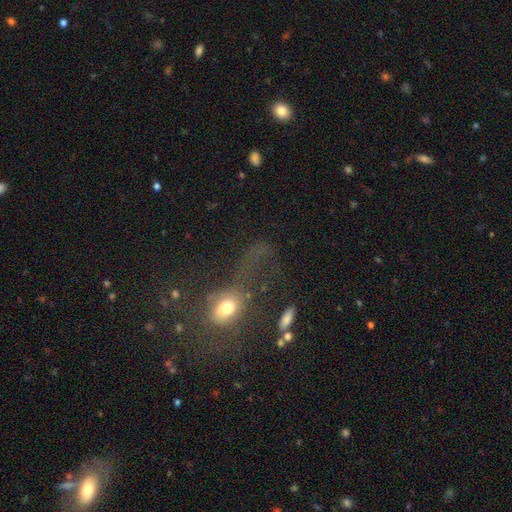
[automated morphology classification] This appears to be a smooth galaxy with no disk features (51%) that is in between round and cigar-shaped (52%). Merging: major disturbance (40%).